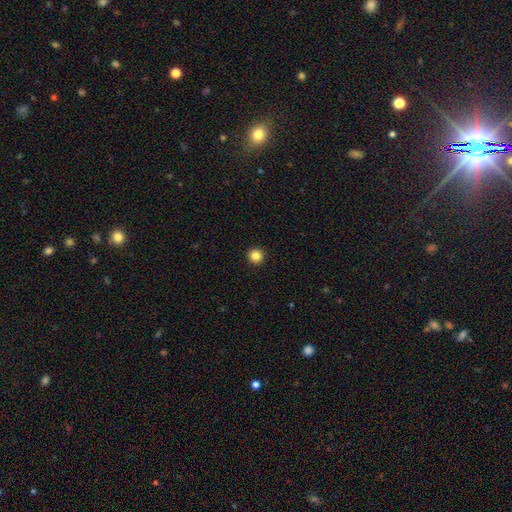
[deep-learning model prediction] Smooth or featured?
  - smooth: 85% *
  - star or artifact: 11%
  - featured or disk: 4%
How rounded?
  - round: 96% *
  - in between: 3%
  - cigar-shaped: 1%
Merging?
  - none: 94% *
  - minor disturbance: 4%
  - major disturbance: 1%
  - merger: 1%